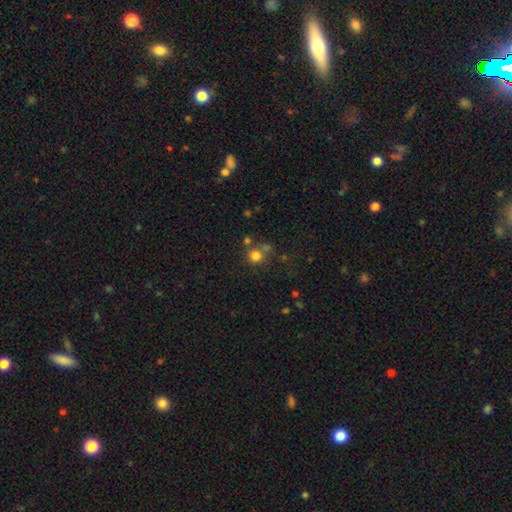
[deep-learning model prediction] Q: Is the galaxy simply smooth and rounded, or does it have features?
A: smooth — 79%.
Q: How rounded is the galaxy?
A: round — 90%.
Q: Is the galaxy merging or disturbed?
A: none — 62%.